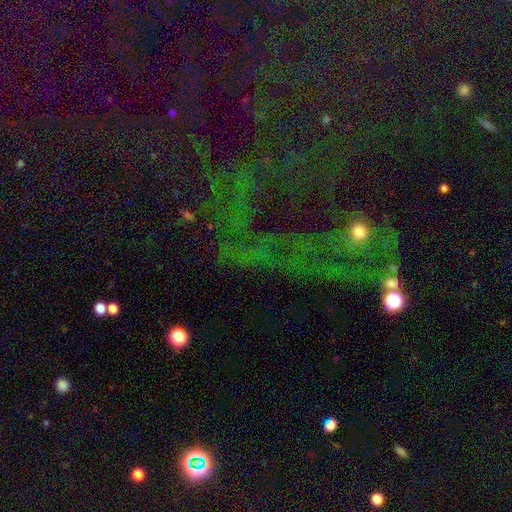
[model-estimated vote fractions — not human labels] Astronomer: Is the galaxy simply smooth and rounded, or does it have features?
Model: star or artifact — 76%.